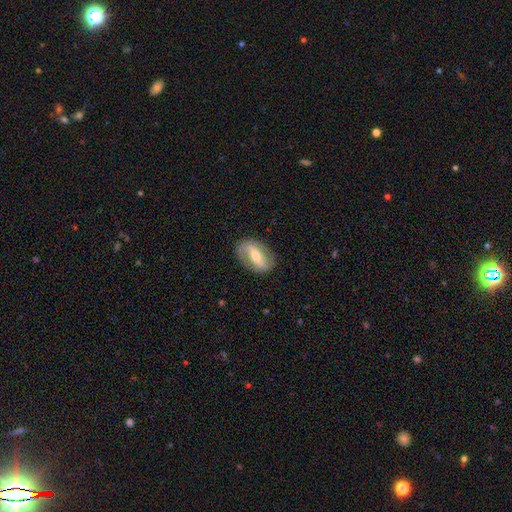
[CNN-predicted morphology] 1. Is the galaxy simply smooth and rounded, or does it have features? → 72% featured or disk, 23% smooth, 6% star or artifact.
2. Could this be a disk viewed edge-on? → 93% no, 7% yes.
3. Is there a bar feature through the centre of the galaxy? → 46% strong, 34% weak, 20% no.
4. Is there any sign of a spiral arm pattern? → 78% yes, 22% no.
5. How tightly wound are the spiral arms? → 38% medium, 37% loose, 25% tight.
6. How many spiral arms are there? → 84% 2, 8% can't tell, 5% 1, 1% 3, 1% 4, 1% more than 4.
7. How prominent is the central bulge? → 61% moderate, 33% small, 4% large, 1% none, 1% dominant.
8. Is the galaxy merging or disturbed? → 83% none, 12% minor disturbance, 4% major disturbance, 1% merger.